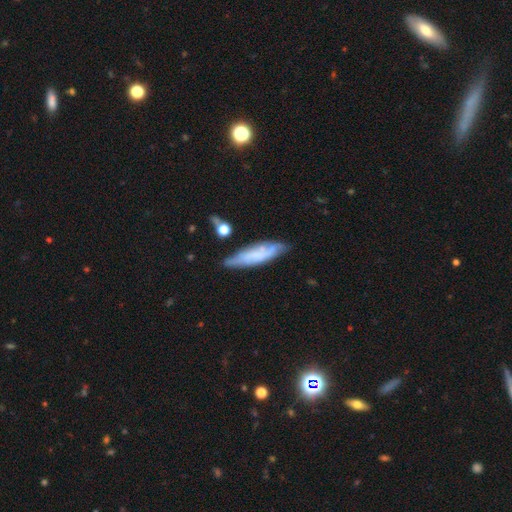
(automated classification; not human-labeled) smooth_or_featured: smooth (p=0.51) [alt: featured or disk p=0.41]
how_rounded: cigar-shaped (p=0.66) [alt: in between p=0.32]
merging: none (p=0.71) [alt: minor disturbance p=0.21]